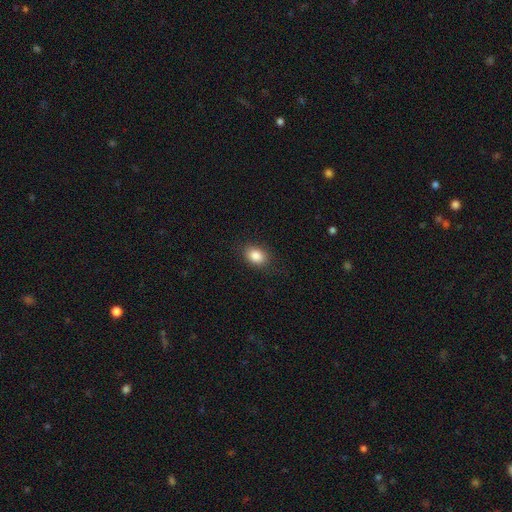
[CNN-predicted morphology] Smooth or featured? Predicted: smooth (p=0.86). How rounded? Predicted: in between (p=0.71). Merging? Predicted: none (p=0.84).